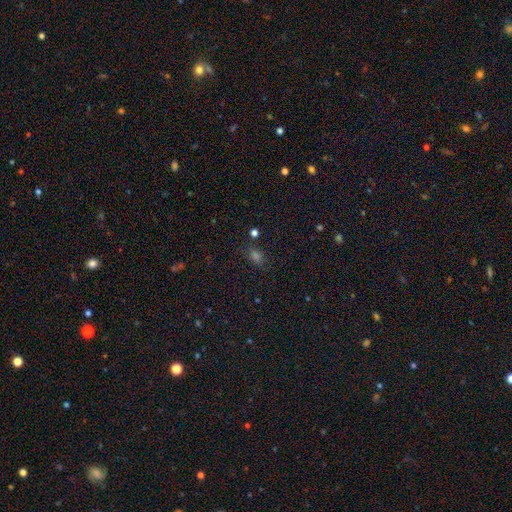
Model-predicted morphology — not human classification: This appears to be a smooth galaxy with no disk features (60%) that is in between round and cigar-shaped (69%). Merging: none (80%).